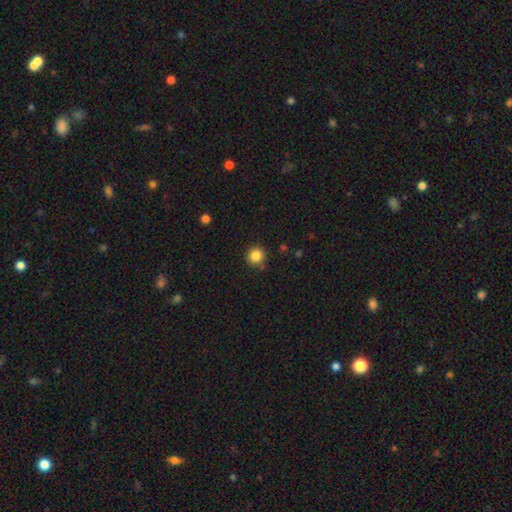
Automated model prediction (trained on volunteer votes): Smooth or featured? Predicted: smooth (p=0.85). How rounded? Predicted: round (p=0.93). Merging? Predicted: none (p=0.87).